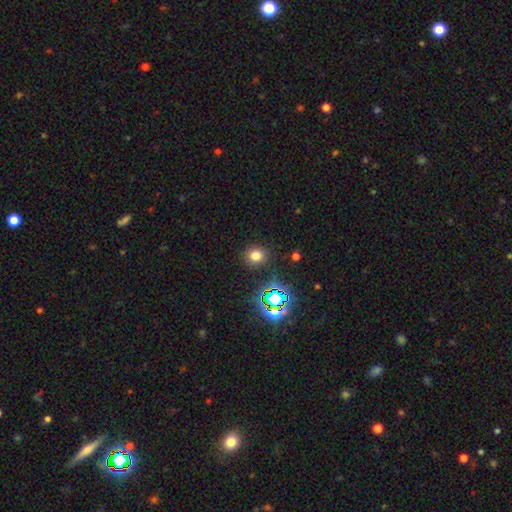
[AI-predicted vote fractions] A smooth galaxy with no disk features (71%) that is round (78%).

Vote fractions:
- Smooth or featured? smooth: 71% / star or artifact: 22% / featured or disk: 7%
- How rounded? round: 78% / in between: 21% / cigar-shaped: 1%
- Merging? none: 88% / minor disturbance: 7% / major disturbance: 3% / merger: 2%